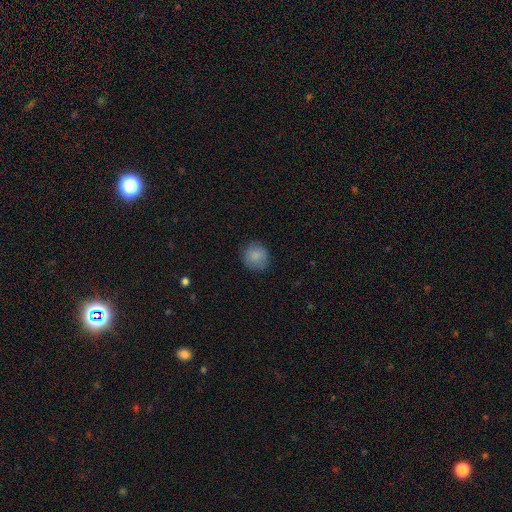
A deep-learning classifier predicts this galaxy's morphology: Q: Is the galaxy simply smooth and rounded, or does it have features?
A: smooth — 86%.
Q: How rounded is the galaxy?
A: round — 90%.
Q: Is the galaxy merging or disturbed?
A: none — 85%.